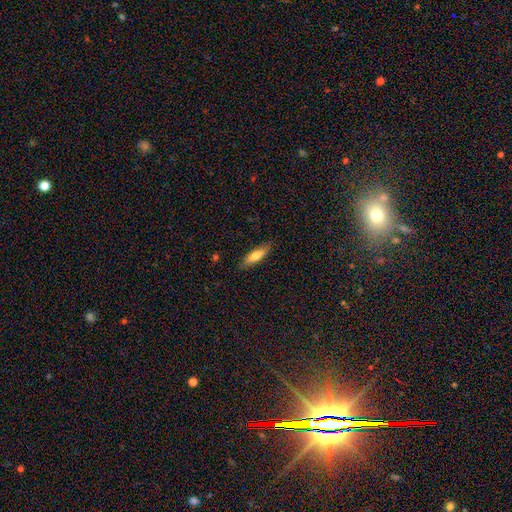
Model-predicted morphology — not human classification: Smooth or featured?
  - smooth: 72% *
  - featured or disk: 22%
  - star or artifact: 6%
How rounded?
  - cigar-shaped: 61% *
  - in between: 37%
  - round: 2%
Merging?
  - none: 85% *
  - minor disturbance: 11%
  - major disturbance: 2%
  - merger: 1%